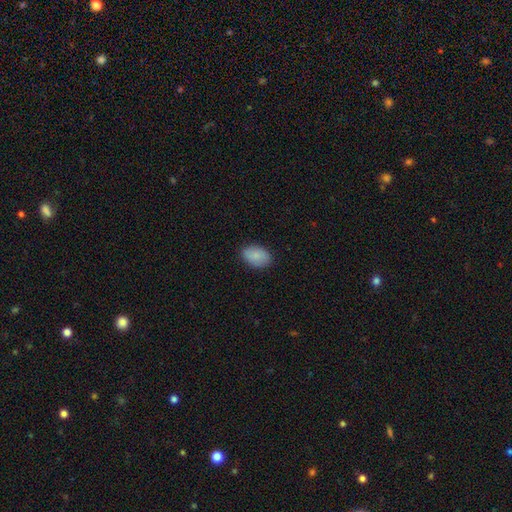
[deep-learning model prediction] Q: Smooth or featured?
A: smooth (87%); runner-up: star or artifact (7%)
Q: How rounded?
A: in between (89%); runner-up: round (10%)
Q: Merging?
A: none (86%); runner-up: minor disturbance (11%)